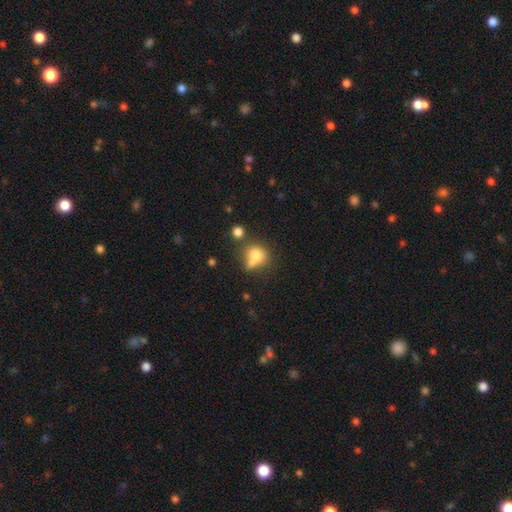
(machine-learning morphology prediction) type=smooth (75%); roundness=round (65%); merging=none (41%).